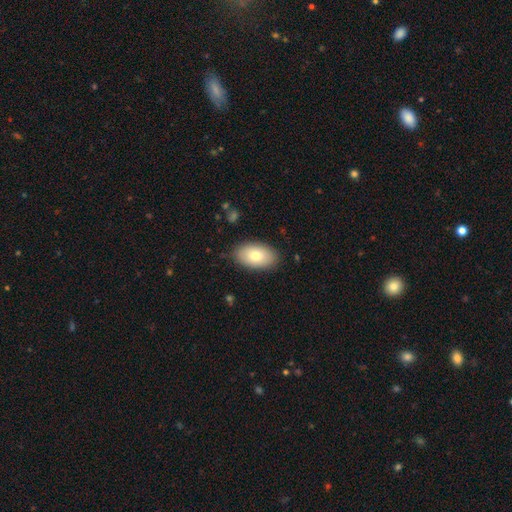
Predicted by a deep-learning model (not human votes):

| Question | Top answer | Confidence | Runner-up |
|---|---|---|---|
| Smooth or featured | smooth | 77% | featured or disk (16%) |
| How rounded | in between | 93% | round (5%) |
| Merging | none | 84% | minor disturbance (12%) |